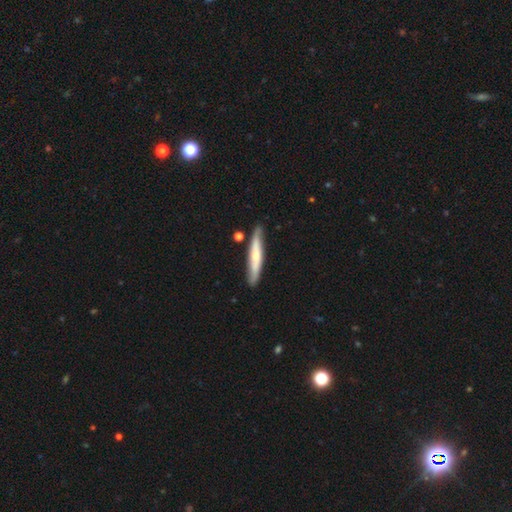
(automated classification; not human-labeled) A smooth galaxy with no disk features (50%) that is cigar-shaped (92%). Merging: none (81%).